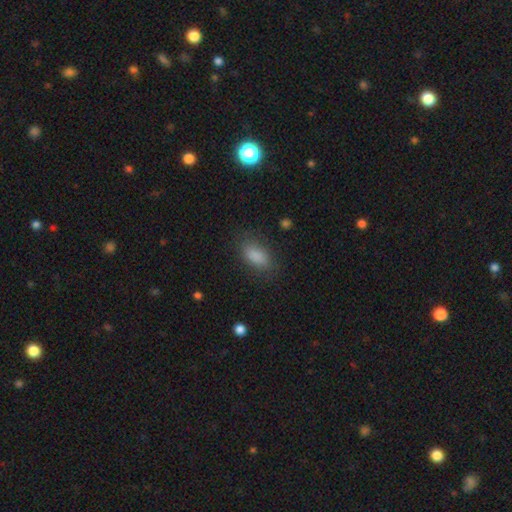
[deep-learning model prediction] smooth_or_featured: smooth (p=0.85) [alt: star or artifact p=0.10]
how_rounded: in between (p=0.87) [alt: cigar-shaped p=0.07]
merging: none (p=0.83) [alt: minor disturbance p=0.12]